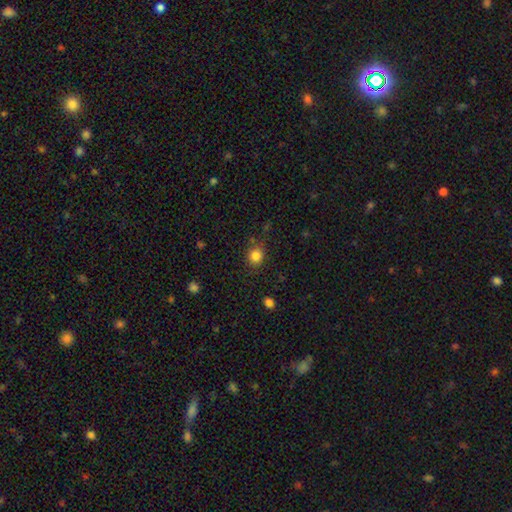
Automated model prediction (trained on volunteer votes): Smooth or featured: smooth — 84% (star or artifact — 11%)
How rounded: round — 80% (in between — 19%)
Merging: none — 81% (minor disturbance — 13%)